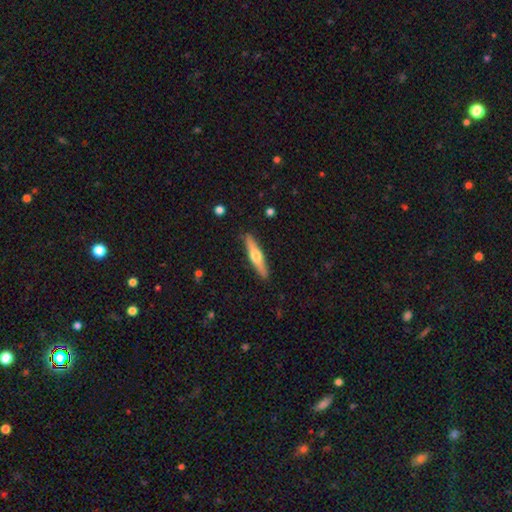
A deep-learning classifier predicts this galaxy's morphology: This is possibly a featured or disk galaxy (55%). It is clearly viewed edge-on (95%). Edge-on bulge: clearly rounded (93%). Merging: clearly none (89%).